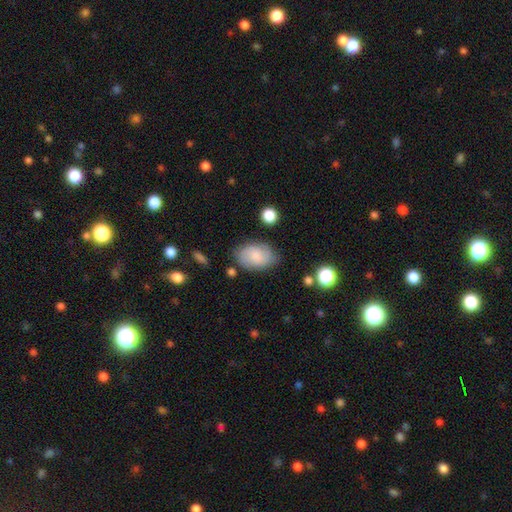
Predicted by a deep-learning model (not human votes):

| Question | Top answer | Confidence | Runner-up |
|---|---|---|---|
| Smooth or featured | smooth | 67% | featured or disk (25%) |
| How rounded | in between | 86% | round (13%) |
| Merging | none | 74% | minor disturbance (18%) |